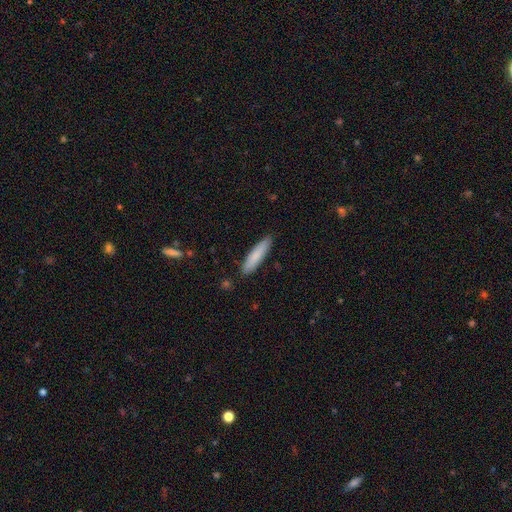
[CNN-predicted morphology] A smooth galaxy with no disk features (82%) that is cigar-shaped (83%).

Vote fractions:
- Smooth or featured? smooth: 82% / featured or disk: 13% / star or artifact: 6%
- How rounded? cigar-shaped: 83% / in between: 16% / round: 1%
- Merging? none: 88% / minor disturbance: 9% / major disturbance: 2% / merger: 1%